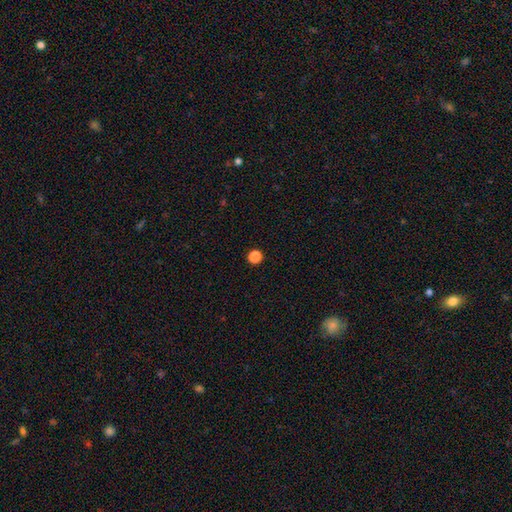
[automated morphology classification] Overall: smooth (81%). How rounded: round (89%). Merging: none (92%).